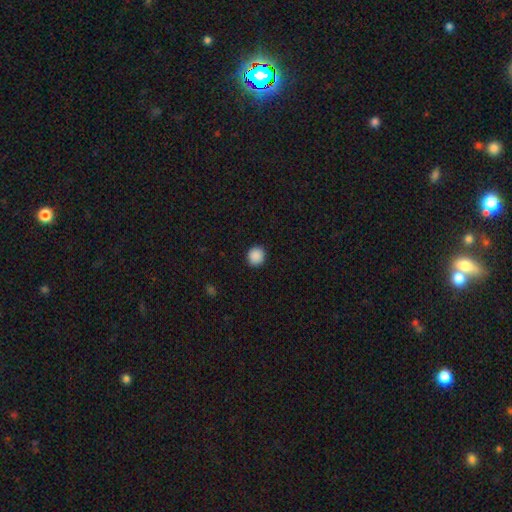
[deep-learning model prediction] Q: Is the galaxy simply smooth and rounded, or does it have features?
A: smooth — 89%.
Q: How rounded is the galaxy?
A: round — 89%.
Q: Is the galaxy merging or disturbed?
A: none — 92%.